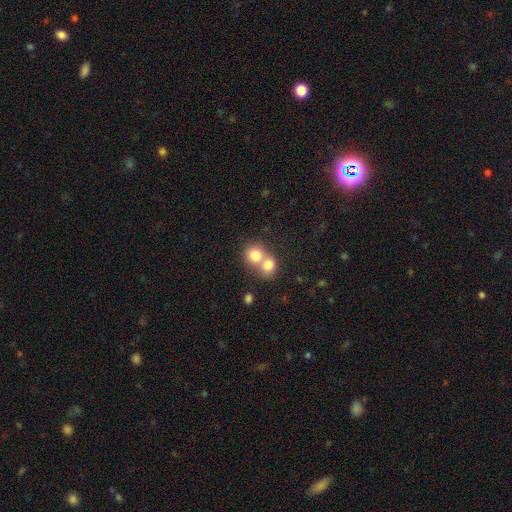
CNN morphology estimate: Overall: smooth (78%). How rounded: round (78%). Merging: merger (67%).